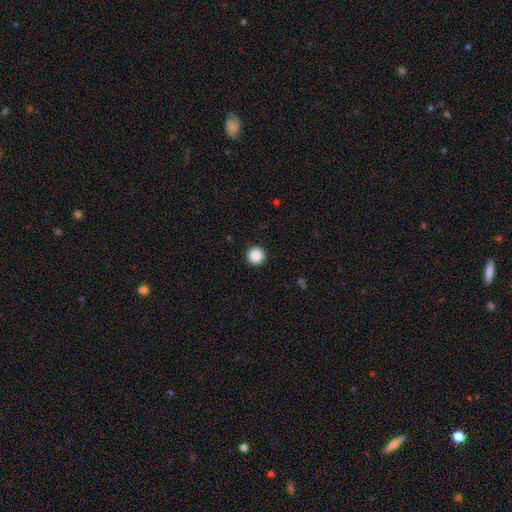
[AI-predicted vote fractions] Smooth or featured? smooth (87%)
How rounded? round (97%)
Merging? none (94%)